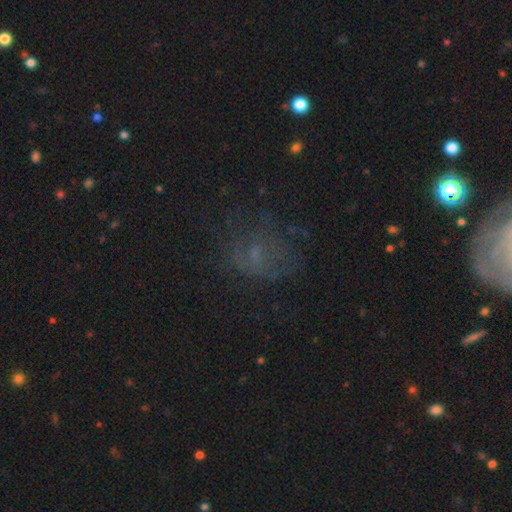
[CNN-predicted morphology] Q: Smooth or featured?
A: featured or disk (35%); runner-up: smooth (34%)
Q: Merging?
A: none (53%); runner-up: major disturbance (25%)